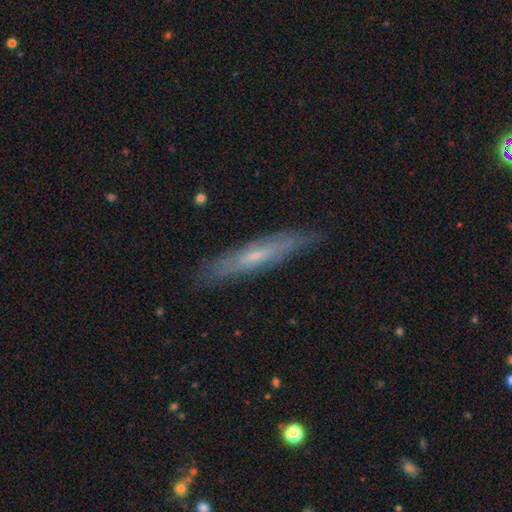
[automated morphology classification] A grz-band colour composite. It shows a featured or disk galaxy (56%) viewed edge-on (73%). Merging: none (83%).